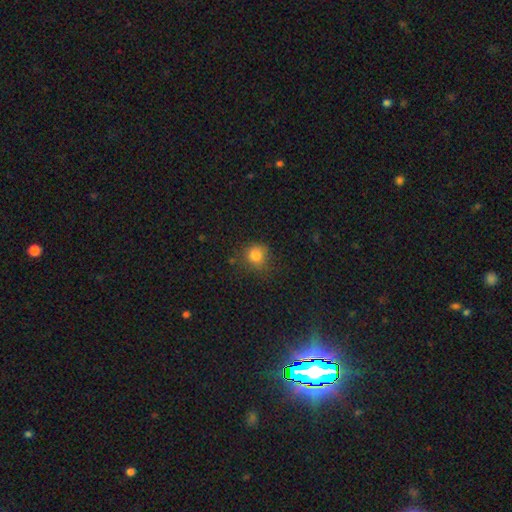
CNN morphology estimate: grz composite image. It shows a smooth galaxy with no disk features (80%) that is round (87%). Merging: none (72%).